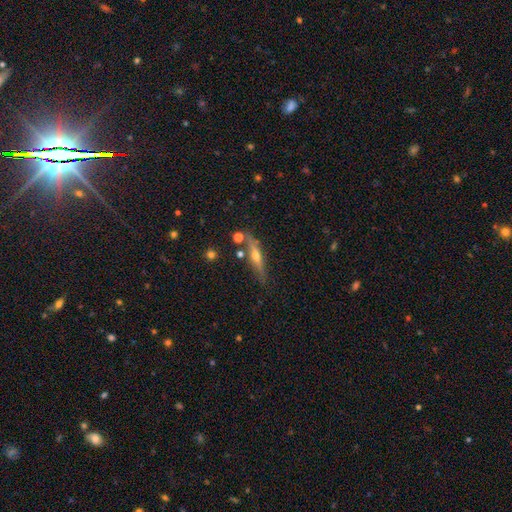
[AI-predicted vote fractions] smooth_or_featured: featured or disk (p=0.67) [alt: smooth p=0.25]
disk_edge_on: yes (p=0.94) [alt: no p=0.06]
edge_on_bulge: rounded (p=0.90) [alt: none p=0.06]
merging: none (p=0.78) [alt: minor disturbance p=0.12]